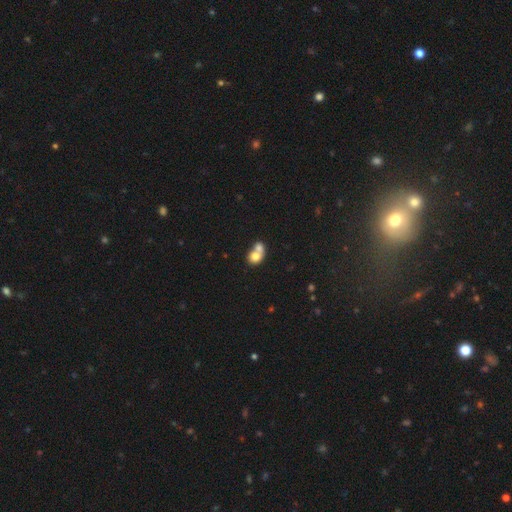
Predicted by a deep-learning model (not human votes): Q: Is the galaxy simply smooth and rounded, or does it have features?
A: smooth — 73%.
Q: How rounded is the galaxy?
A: round — 58%.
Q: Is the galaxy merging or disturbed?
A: merger — 72%.